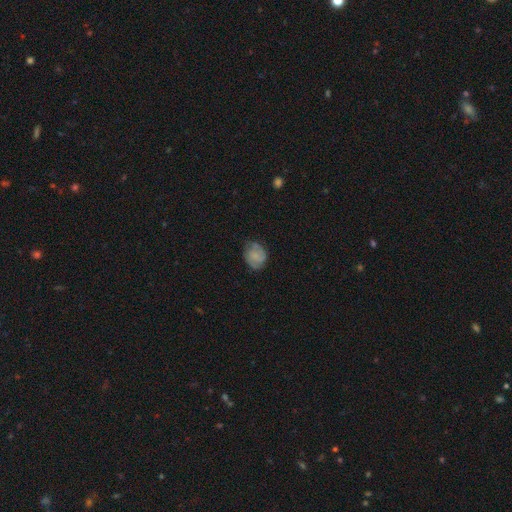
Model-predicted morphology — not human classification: Overall: smooth (54%; featured or disk 37%). How rounded: round (52%; in between 47%). Merging: none (62%; minor disturbance 27%).